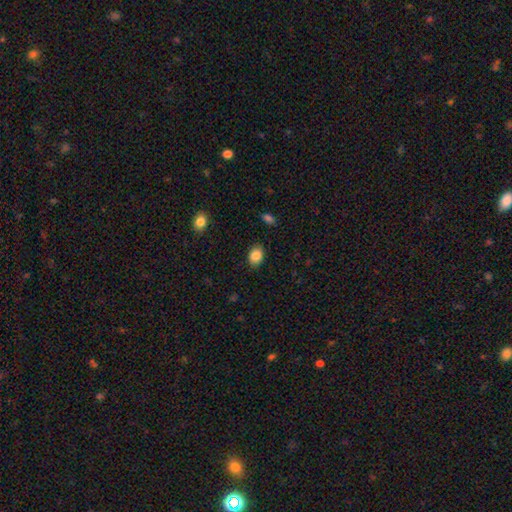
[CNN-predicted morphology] Smooth or featured? Predicted: smooth (p=0.87). How rounded? Predicted: in between (p=0.72). Merging? Predicted: none (p=0.86).